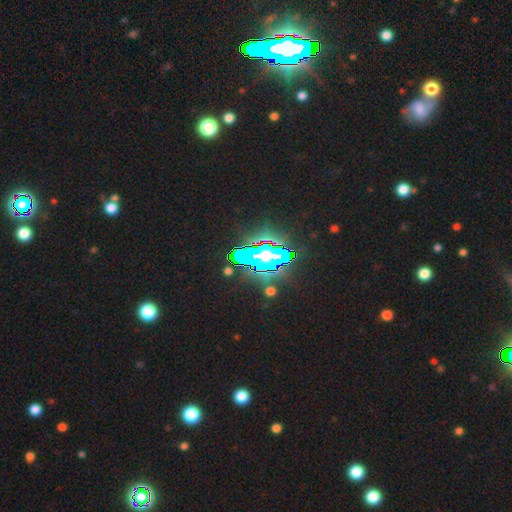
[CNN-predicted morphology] smooth-or-featured: star or artifact: 79% | smooth: 11% | featured or disk: 10%